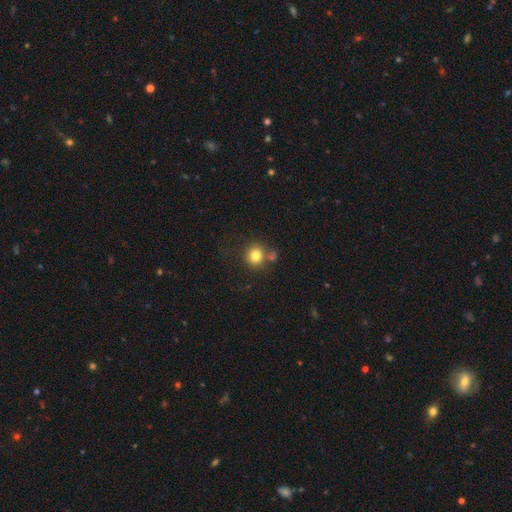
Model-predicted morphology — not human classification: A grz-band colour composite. It shows a smooth galaxy with no disk features (80%) that is round (89%). Merging: none (65%).